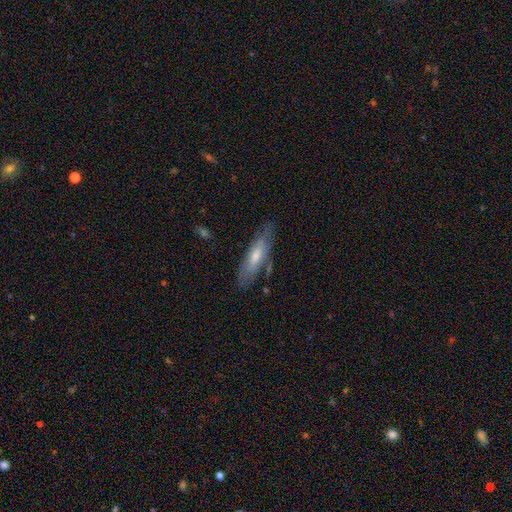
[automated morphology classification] This appears to be a featured or disk galaxy (49%). Merging: none (74%).